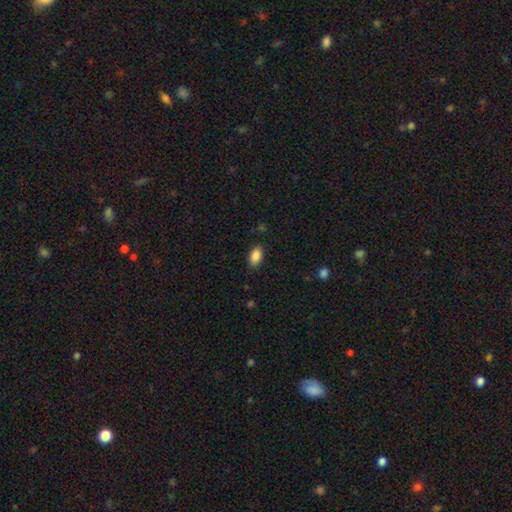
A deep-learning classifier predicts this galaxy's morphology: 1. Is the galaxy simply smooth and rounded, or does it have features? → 87% smooth, 8% star or artifact, 5% featured or disk.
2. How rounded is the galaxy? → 92% in between, 6% round, 2% cigar-shaped.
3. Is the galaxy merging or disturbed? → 86% none, 10% minor disturbance, 2% major disturbance, 1% merger.